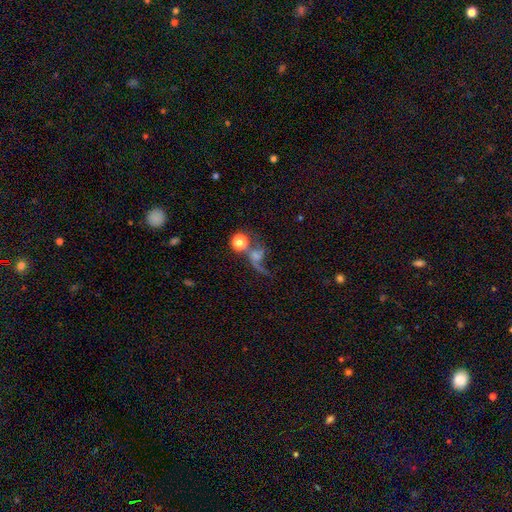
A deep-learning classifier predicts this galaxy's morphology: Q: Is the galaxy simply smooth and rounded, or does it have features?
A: featured or disk — 48%.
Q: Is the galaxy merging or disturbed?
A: none — 38%.